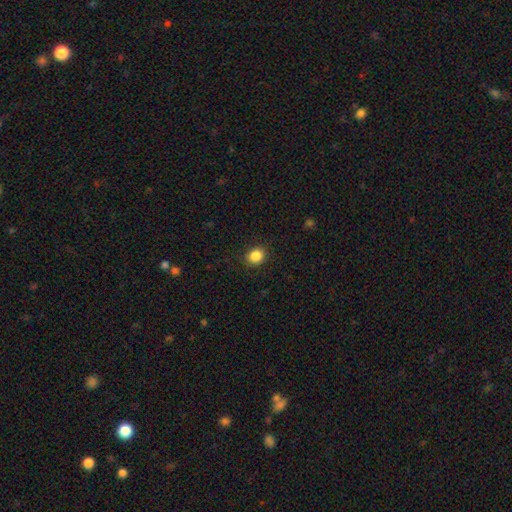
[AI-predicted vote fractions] smooth 87%, star or artifact 10%, featured or disk 3%. Down the decision tree: how rounded — round (75%); merging — none (89%).